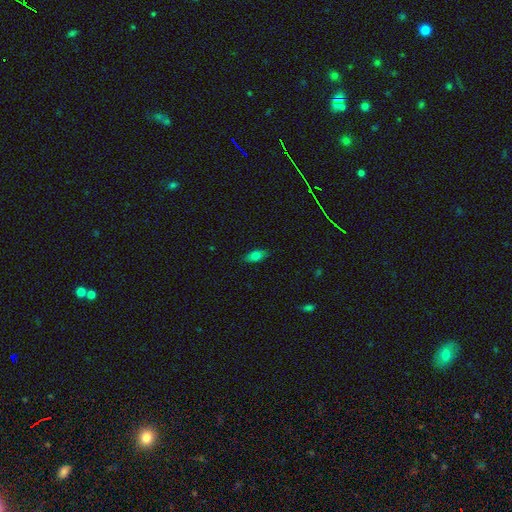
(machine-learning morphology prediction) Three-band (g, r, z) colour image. It shows a smooth galaxy with no disk features (76%) that is in between round and cigar-shaped (85%). Merging: none (86%).